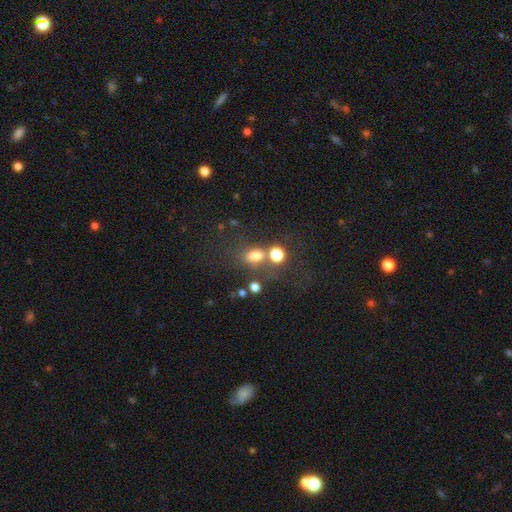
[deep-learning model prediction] smooth-or-featured: smooth: 70% | star or artifact: 19% | featured or disk: 11%
  how-rounded: in between: 61% | round: 37% | cigar-shaped: 3%
  merging: none: 47% | merger: 29% | minor disturbance: 14% | major disturbance: 10%